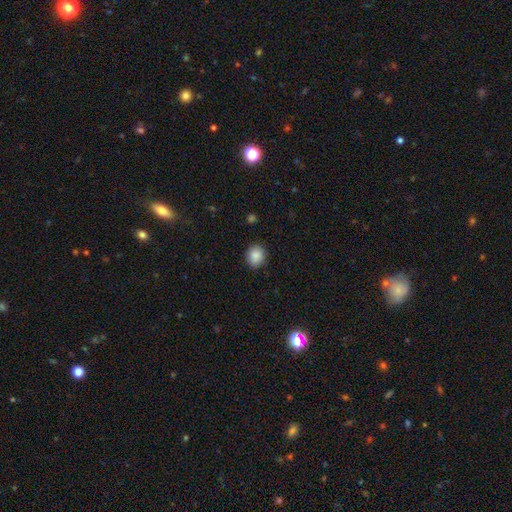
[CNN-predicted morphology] Smooth or featured?
  - smooth: 88% *
  - star or artifact: 8%
  - featured or disk: 4%
How rounded?
  - round: 62% *
  - in between: 37%
  - cigar-shaped: 1%
Merging?
  - none: 87% *
  - minor disturbance: 10%
  - major disturbance: 2%
  - merger: 1%